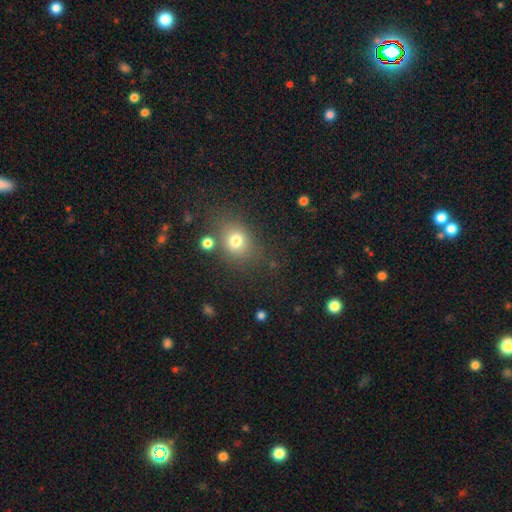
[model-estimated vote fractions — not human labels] smooth 59%, star or artifact 33%, featured or disk 8%. Down the decision tree: how rounded — round (64%); merging — none (80%).